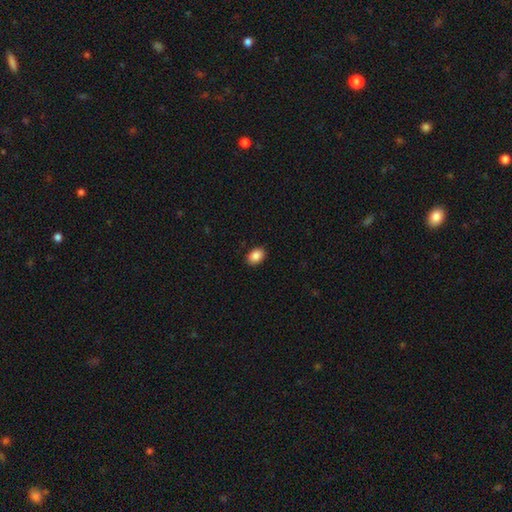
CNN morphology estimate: Smooth or featured? Predicted: smooth (p=0.88). How rounded? Predicted: in between (p=0.79). Merging? Predicted: none (p=0.90).